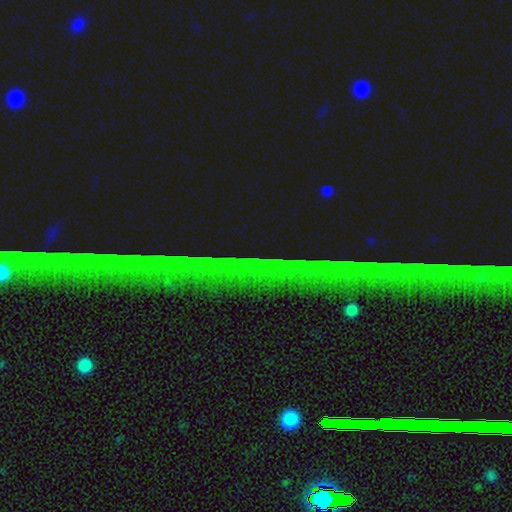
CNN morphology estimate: Smooth or featured? Predicted: star or artifact (p=0.82).